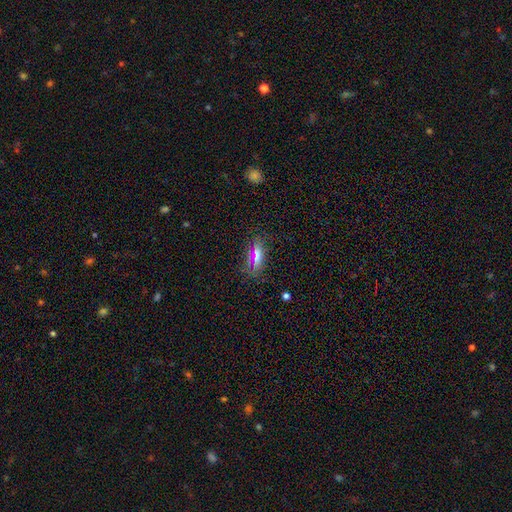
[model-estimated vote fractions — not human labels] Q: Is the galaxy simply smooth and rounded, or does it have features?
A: smooth — 64%.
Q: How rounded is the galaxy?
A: in between — 73%.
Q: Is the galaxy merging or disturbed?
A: none — 81%.